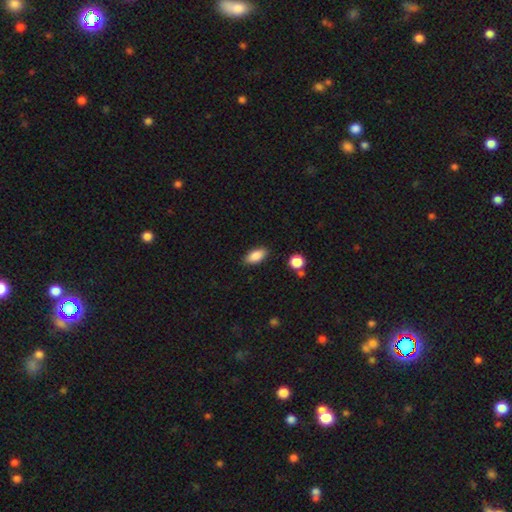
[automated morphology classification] Q: Smooth or featured?
A: smooth (87%); runner-up: star or artifact (7%)
Q: How rounded?
A: in between (90%); runner-up: cigar-shaped (6%)
Q: Merging?
A: none (86%); runner-up: minor disturbance (10%)